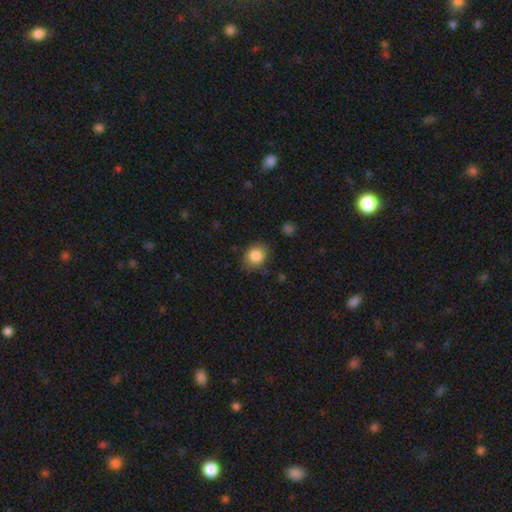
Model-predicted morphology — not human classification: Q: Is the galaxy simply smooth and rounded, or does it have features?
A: smooth — 85%.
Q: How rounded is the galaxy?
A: round — 60%.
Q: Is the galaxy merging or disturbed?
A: none — 80%.